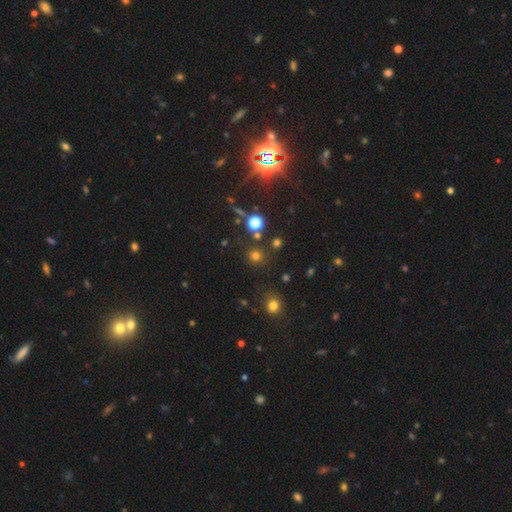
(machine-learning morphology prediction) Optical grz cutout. It shows a smooth galaxy with no disk features (69%) that is round (91%). Merging: none (81%).